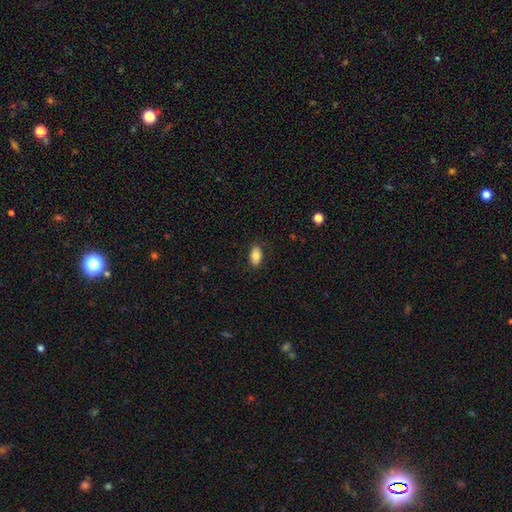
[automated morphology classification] Smooth or featured?
  - smooth: 82% *
  - featured or disk: 10%
  - star or artifact: 8%
How rounded?
  - in between: 92% *
  - round: 6%
  - cigar-shaped: 3%
Merging?
  - none: 85% *
  - minor disturbance: 11%
  - major disturbance: 3%
  - merger: 1%